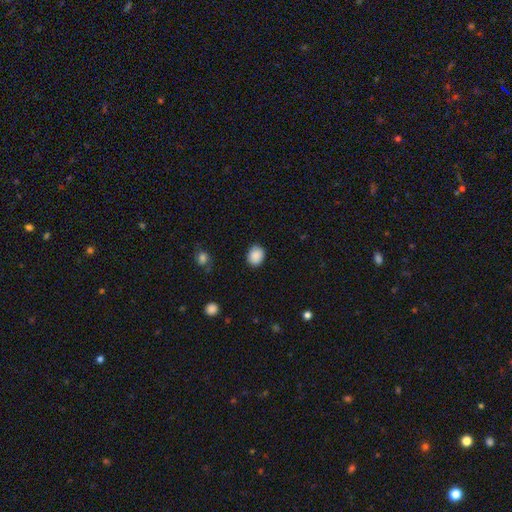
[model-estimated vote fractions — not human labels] smooth 89%, star or artifact 8%, featured or disk 3%. Down the decision tree: how rounded — round (53%); merging — none (86%).